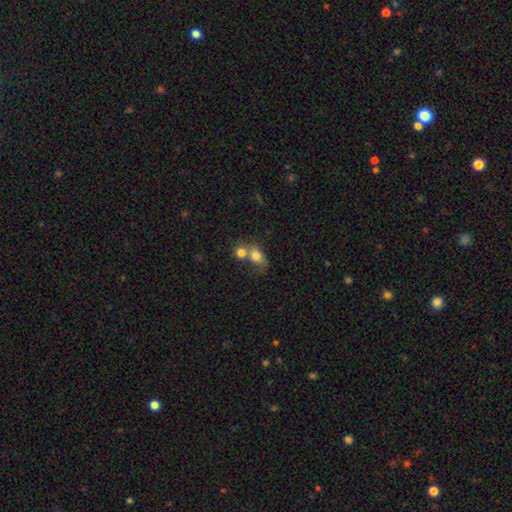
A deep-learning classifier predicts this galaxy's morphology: A smooth galaxy with no disk features (76%) that is in between round and cigar-shaped (50%). Merging: merger (63%).